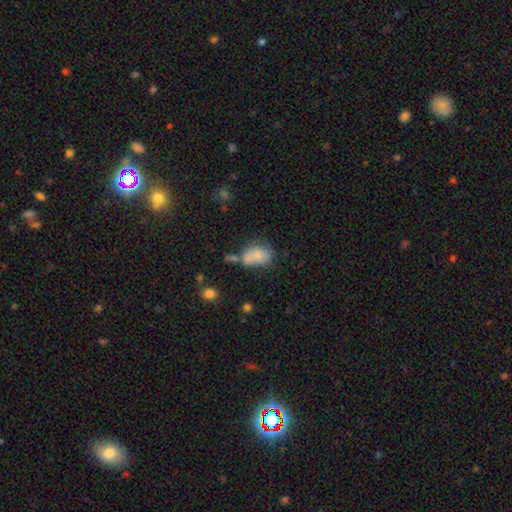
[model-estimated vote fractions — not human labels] Smooth or featured? smooth (75%)
How rounded? in between (74%)
Merging? none (35%)